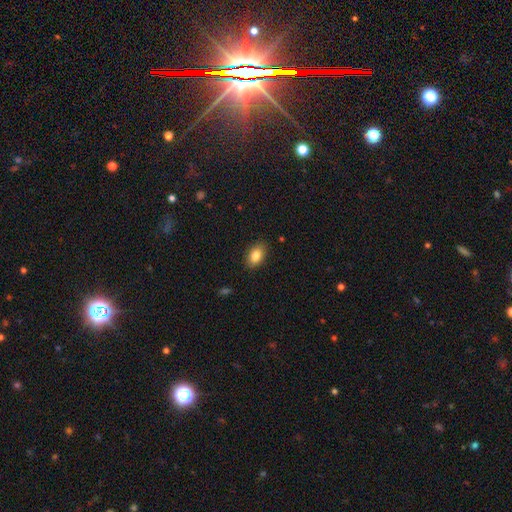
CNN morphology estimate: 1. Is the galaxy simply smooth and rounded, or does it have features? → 84% smooth, 8% star or artifact, 8% featured or disk.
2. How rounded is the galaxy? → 88% in between, 10% round, 2% cigar-shaped.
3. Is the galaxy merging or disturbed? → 87% none, 10% minor disturbance, 2% major disturbance, 1% merger.